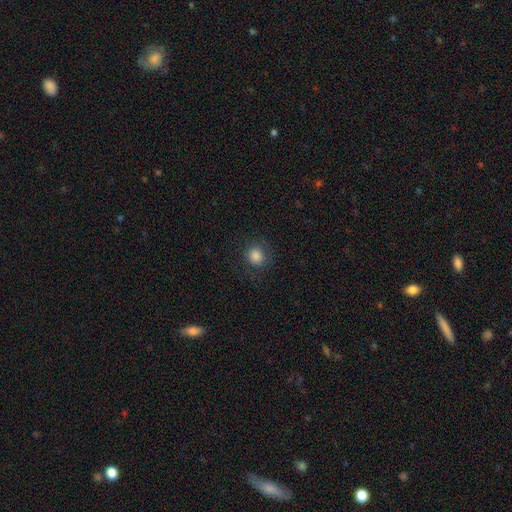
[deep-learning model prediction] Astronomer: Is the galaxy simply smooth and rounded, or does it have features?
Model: smooth — 84%.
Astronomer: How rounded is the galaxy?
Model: round — 83%.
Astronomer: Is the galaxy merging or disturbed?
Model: none — 80%.